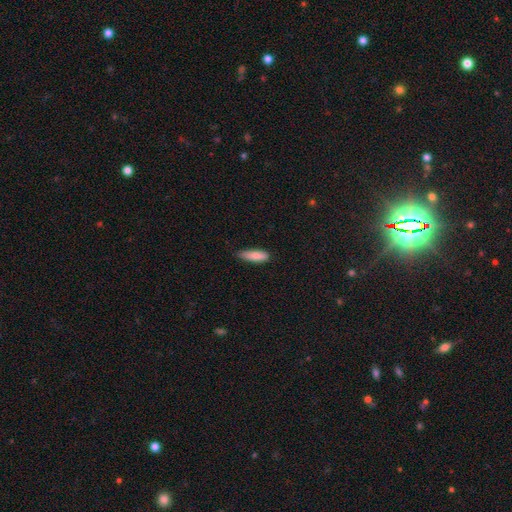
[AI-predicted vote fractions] This appears to be a smooth galaxy with no disk features (84%) that is cigar-shaped (52%). Merging: none (70%).